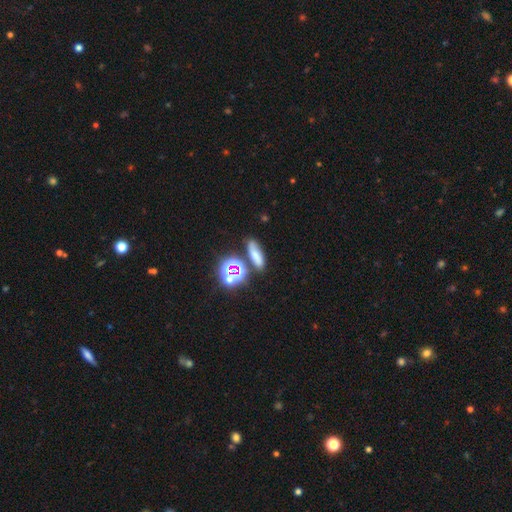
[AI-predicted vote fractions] A smooth galaxy with no disk features (61%) that is in between round and cigar-shaped (50%). Merging: none (68%).